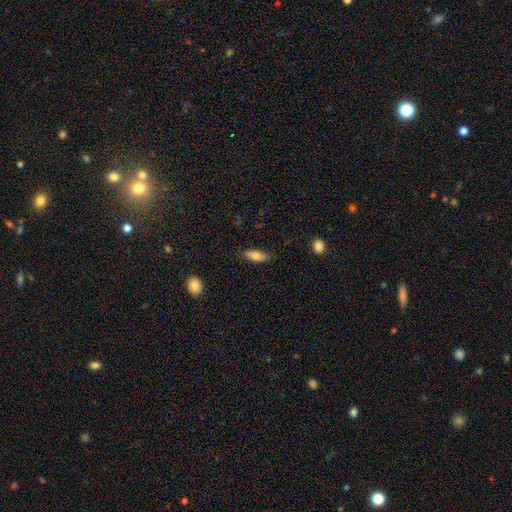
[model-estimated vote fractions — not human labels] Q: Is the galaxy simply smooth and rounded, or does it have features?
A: smooth — 79%.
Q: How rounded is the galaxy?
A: in between — 77%.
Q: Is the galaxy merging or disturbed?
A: none — 83%.